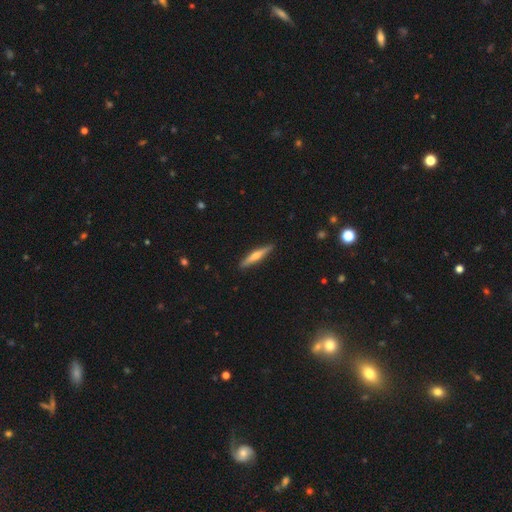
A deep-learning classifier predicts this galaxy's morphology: featured or disk 58%, smooth 37%, star or artifact 6%. Down the decision tree: edge-on disk — yes (97%); edge-on bulge — rounded (85%); merging — none (91%).